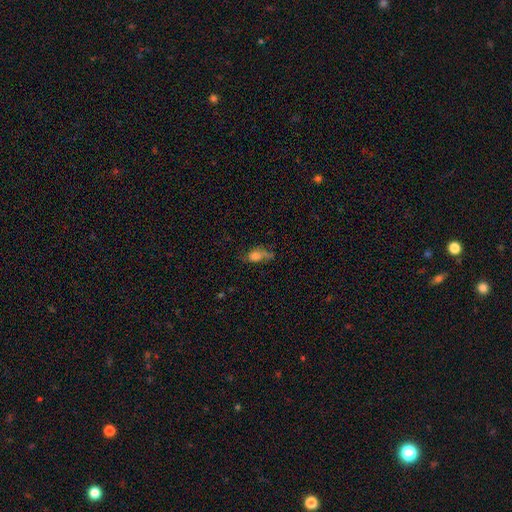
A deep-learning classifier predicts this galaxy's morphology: Smooth or featured: smooth — 69% (featured or disk — 18%)
How rounded: in between — 74% (round — 21%)
Merging: none — 39% (minor disturbance — 31%)